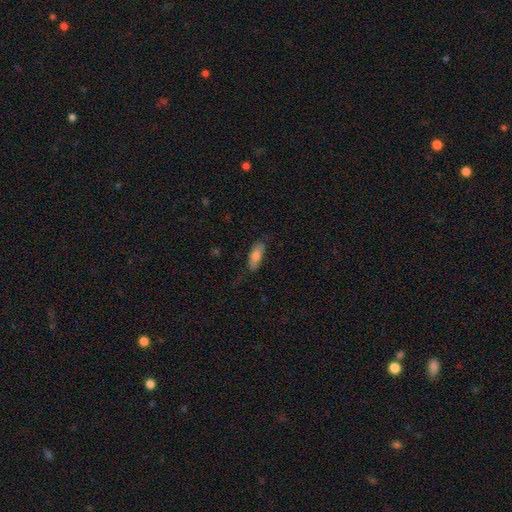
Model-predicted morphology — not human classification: This appears to be a smooth galaxy with no disk features (79%) that is in between round and cigar-shaped (65%). Merging: none (77%).